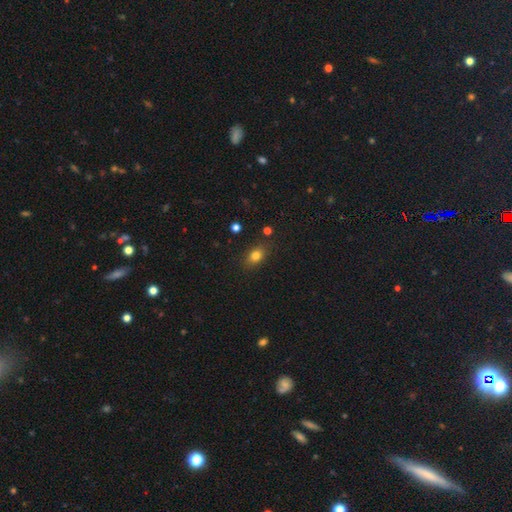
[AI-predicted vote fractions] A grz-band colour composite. It shows a smooth galaxy with no disk features (80%) that is in between round and cigar-shaped (73%). Merging: none (82%).